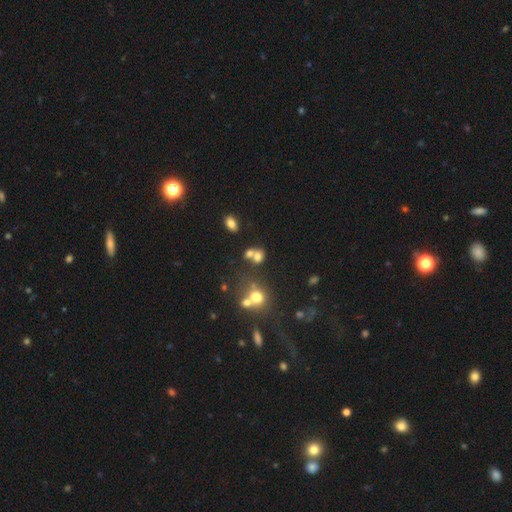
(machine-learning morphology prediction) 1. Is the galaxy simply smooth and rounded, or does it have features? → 66% smooth, 18% star or artifact, 15% featured or disk.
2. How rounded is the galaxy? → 58% round, 41% in between, 2% cigar-shaped.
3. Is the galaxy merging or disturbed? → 43% merger, 39% none, 11% minor disturbance, 7% major disturbance.